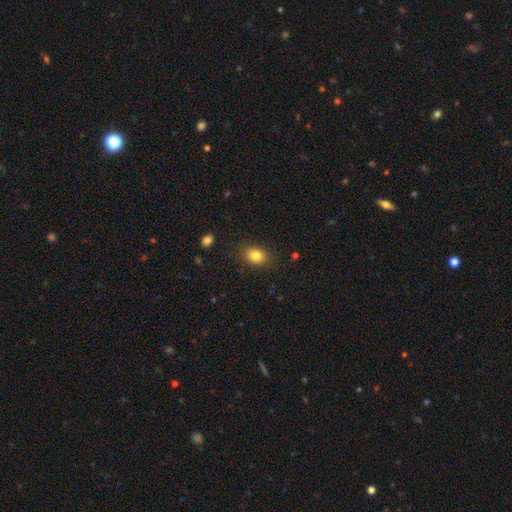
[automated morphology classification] A smooth galaxy with no disk features (83%) that is in between round and cigar-shaped (68%). Merging: none (86%).